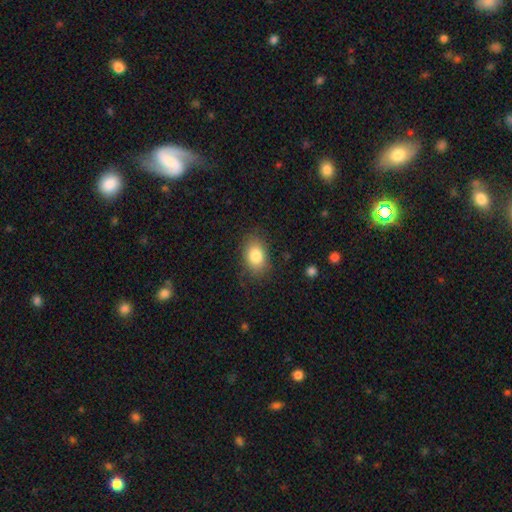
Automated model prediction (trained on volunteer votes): Smooth or featured? smooth (82%)
How rounded? in between (83%)
Merging? none (82%)